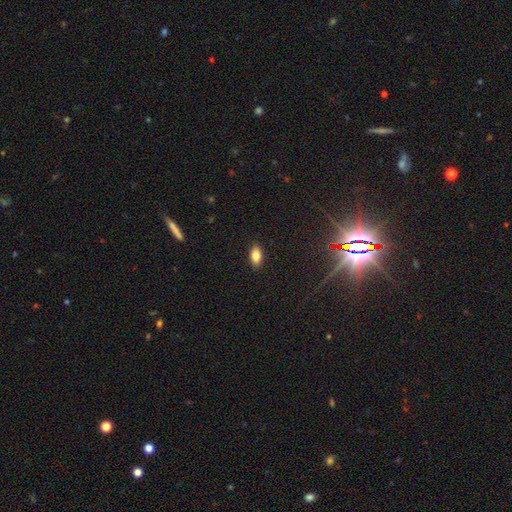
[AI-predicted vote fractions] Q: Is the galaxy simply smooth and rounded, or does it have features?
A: smooth — 81%.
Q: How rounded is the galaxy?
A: in between — 89%.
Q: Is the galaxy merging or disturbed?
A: none — 89%.